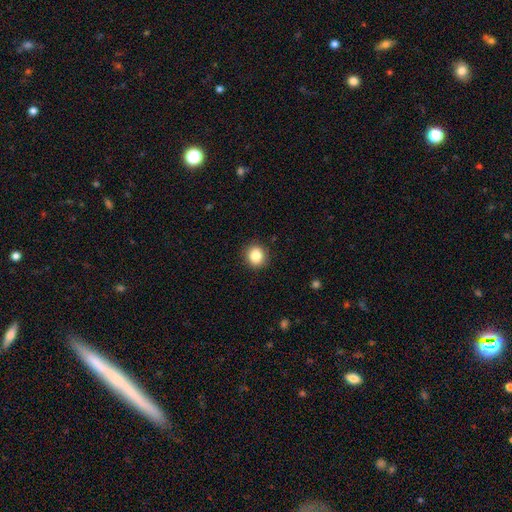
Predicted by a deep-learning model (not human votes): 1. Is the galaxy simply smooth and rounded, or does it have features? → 85% smooth, 10% star or artifact, 5% featured or disk.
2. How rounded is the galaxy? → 83% round, 16% in between, 1% cigar-shaped.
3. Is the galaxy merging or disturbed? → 90% none, 7% minor disturbance, 2% major disturbance, 1% merger.